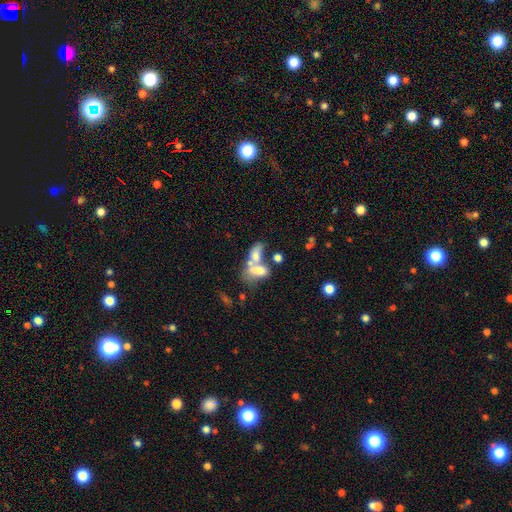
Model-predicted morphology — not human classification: smooth_or_featured: smooth (p=0.64) [alt: featured or disk p=0.26]
how_rounded: in between (p=0.80) [alt: cigar-shaped p=0.13]
merging: merger (p=0.64) [alt: none p=0.18]